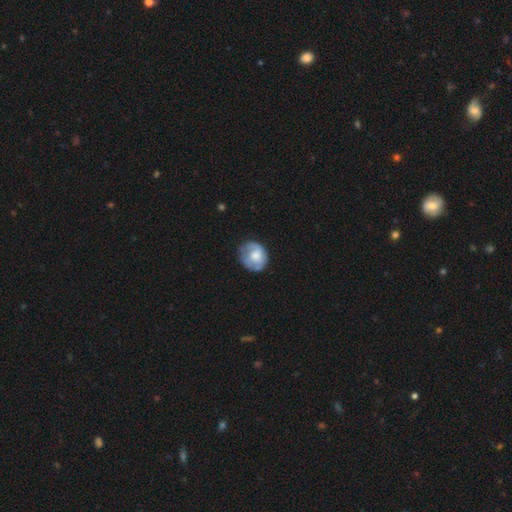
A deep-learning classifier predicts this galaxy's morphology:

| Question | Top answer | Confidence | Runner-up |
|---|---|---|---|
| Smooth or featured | smooth | 54% | featured or disk (39%) |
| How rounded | round | 71% | in between (28%) |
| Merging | none | 60% | minor disturbance (27%) |